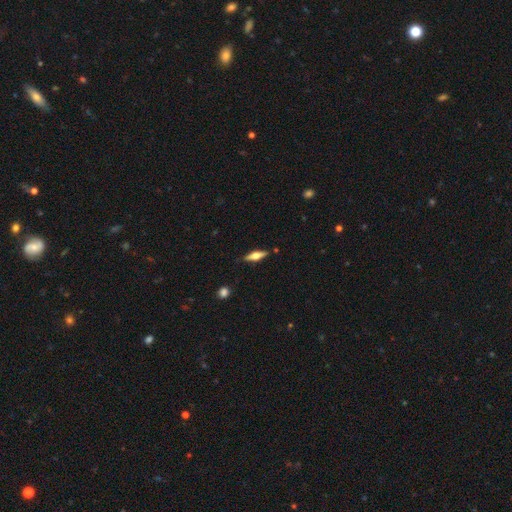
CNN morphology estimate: This is possibly a featured or disk galaxy (54%). It is clearly viewed edge-on (95%). Edge-on bulge: clearly rounded (88%). Merging: clearly none (86%).